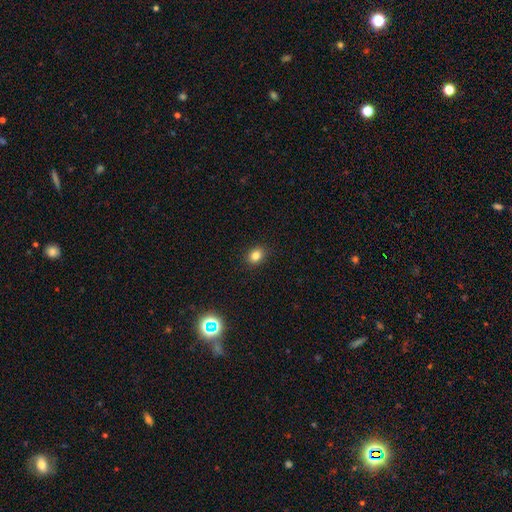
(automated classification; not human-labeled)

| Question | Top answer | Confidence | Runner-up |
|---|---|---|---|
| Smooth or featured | smooth | 82% | star or artifact (12%) |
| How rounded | in between | 53% | round (46%) |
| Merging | none | 89% | minor disturbance (8%) |